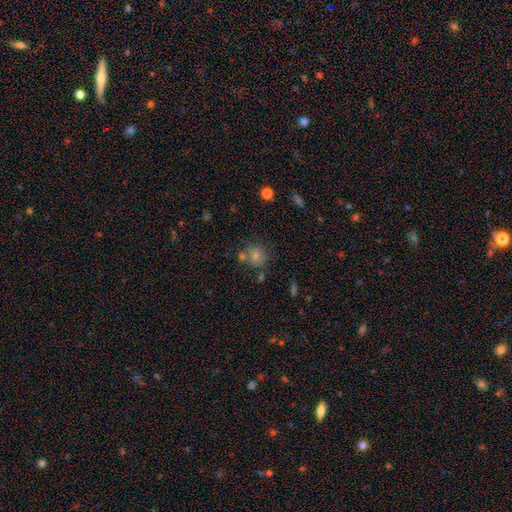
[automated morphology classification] smooth-or-featured: smooth: 75% | featured or disk: 13% | star or artifact: 12%
  how-rounded: round: 83% | in between: 16% | cigar-shaped: 1%
  merging: none: 62% | merger: 21% | minor disturbance: 13% | major disturbance: 5%